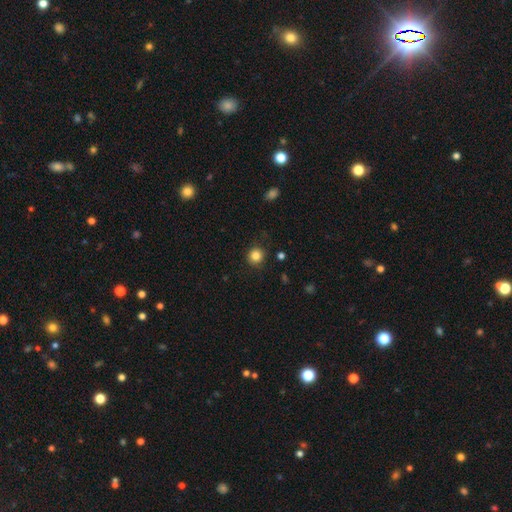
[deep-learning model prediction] This appears to be a smooth galaxy with no disk features (84%) that is round (93%). Merging: none (88%).